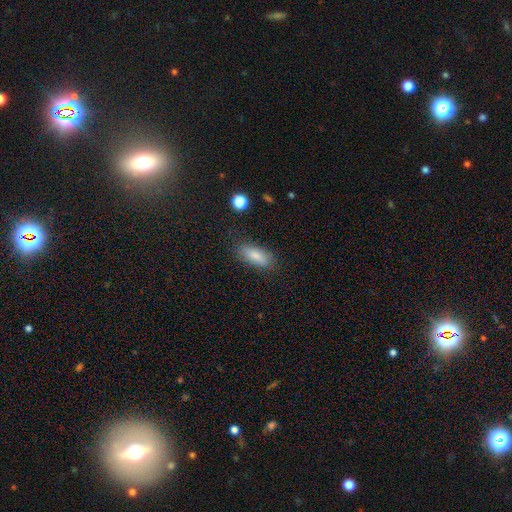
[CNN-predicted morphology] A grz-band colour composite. It shows a smooth galaxy with no disk features (82%) that is in between round and cigar-shaped (74%). Merging: none (82%).